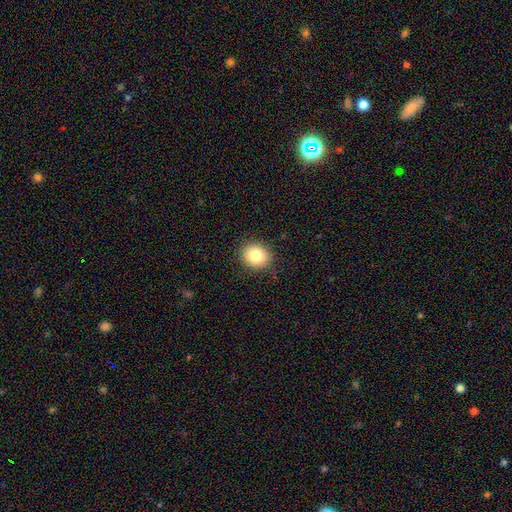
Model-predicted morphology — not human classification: Smooth or featured? smooth (83%)
How rounded? round (71%)
Merging? none (88%)